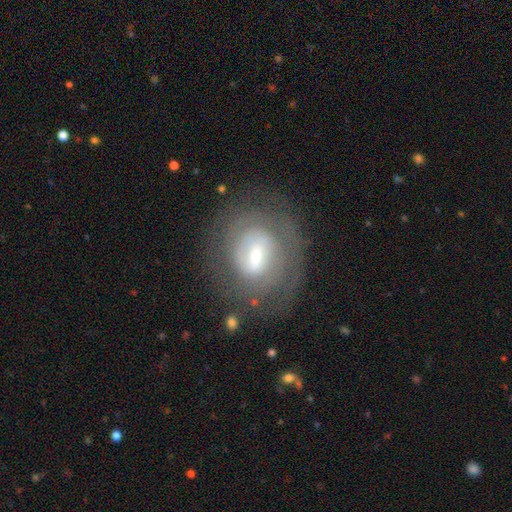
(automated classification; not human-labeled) featured or disk 69%, smooth 24%, star or artifact 8%. Down the decision tree: edge-on disk — no (96%); bar — weak (53%); spiral arms — yes (77%); spiral arm count — can't tell (42%); spiral winding — tight (61%); bulge size — small (51%); merging — none (69%).